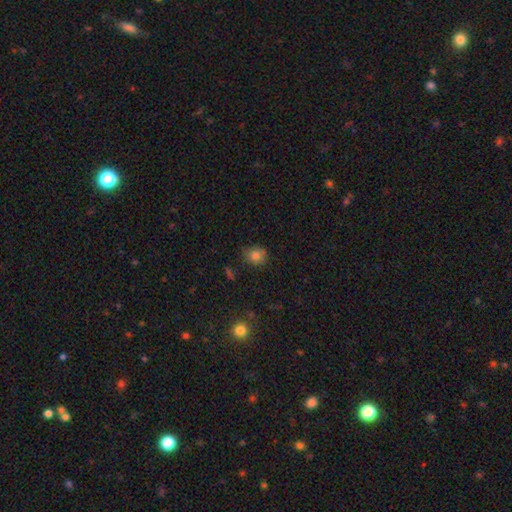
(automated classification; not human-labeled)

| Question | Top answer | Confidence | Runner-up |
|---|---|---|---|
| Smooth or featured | smooth | 81% | star or artifact (13%) |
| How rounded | round | 69% | in between (30%) |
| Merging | none | 74% | minor disturbance (20%) |